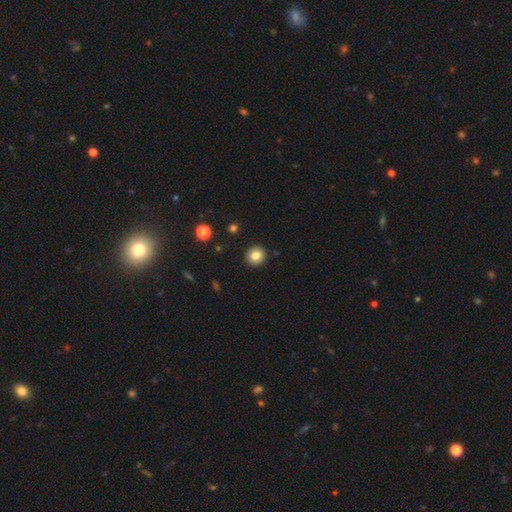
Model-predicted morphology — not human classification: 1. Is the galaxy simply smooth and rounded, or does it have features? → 83% smooth, 10% star or artifact, 6% featured or disk.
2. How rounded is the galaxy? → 91% round, 8% in between, 1% cigar-shaped.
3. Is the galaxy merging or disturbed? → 92% none, 5% minor disturbance, 2% major disturbance, 1% merger.